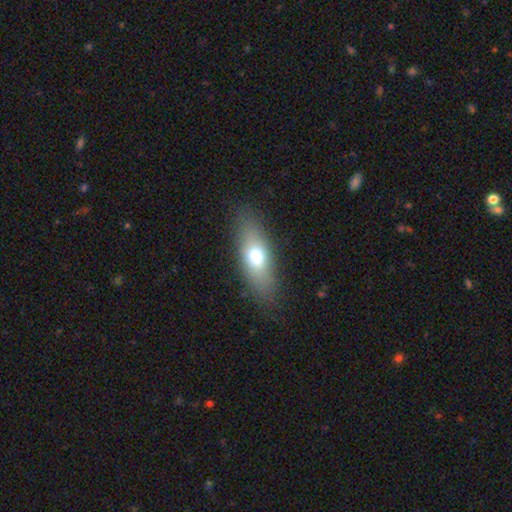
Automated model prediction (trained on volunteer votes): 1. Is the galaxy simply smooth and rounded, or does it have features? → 69% smooth, 23% featured or disk, 8% star or artifact.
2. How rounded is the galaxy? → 69% in between, 26% cigar-shaped, 5% round.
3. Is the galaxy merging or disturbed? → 83% none, 11% minor disturbance, 4% major disturbance, 1% merger.